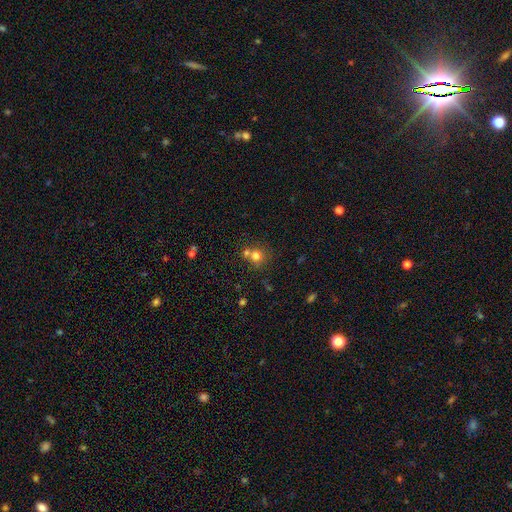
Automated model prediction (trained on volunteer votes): smooth 74%, star or artifact 15%, featured or disk 11%. Down the decision tree: how rounded — round (85%); merging — none (51%).